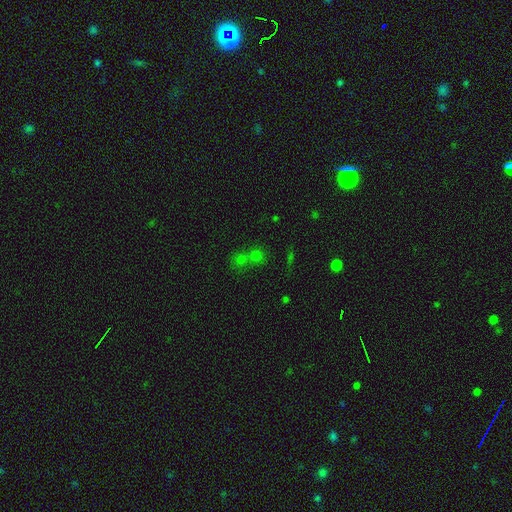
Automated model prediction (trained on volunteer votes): Overall: smooth (57%; star or artifact 31%). How rounded: round (82%). Merging: merger (49%; none 42%).